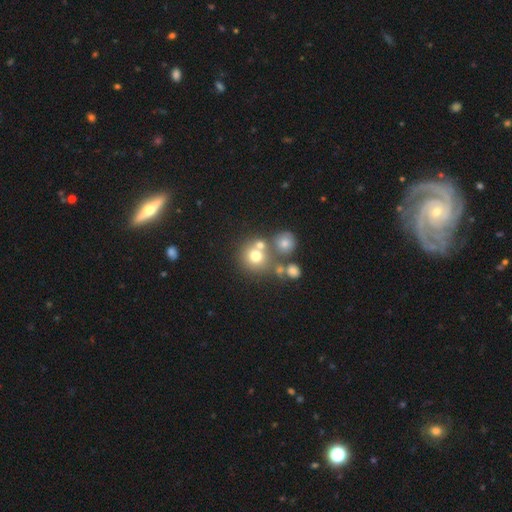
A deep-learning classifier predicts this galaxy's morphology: Smooth or featured: smooth — 68% (featured or disk — 16%)
How rounded: round — 88% (in between — 12%)
Merging: none — 51% (merger — 34%)